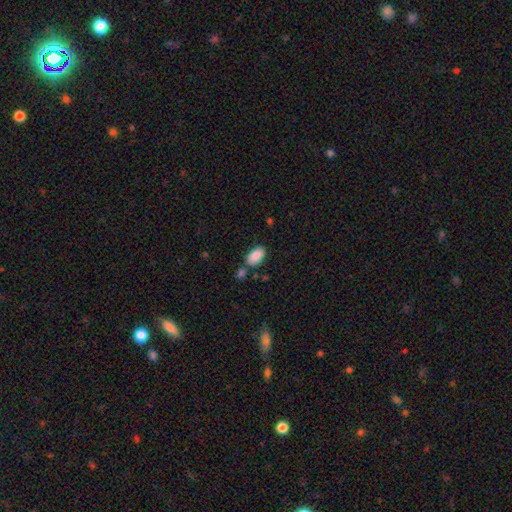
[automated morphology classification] smooth_or_featured: smooth (p=0.89) [alt: star or artifact p=0.07]
how_rounded: in between (p=0.94) [alt: round p=0.04]
merging: none (p=0.72) [alt: minor disturbance p=0.13]